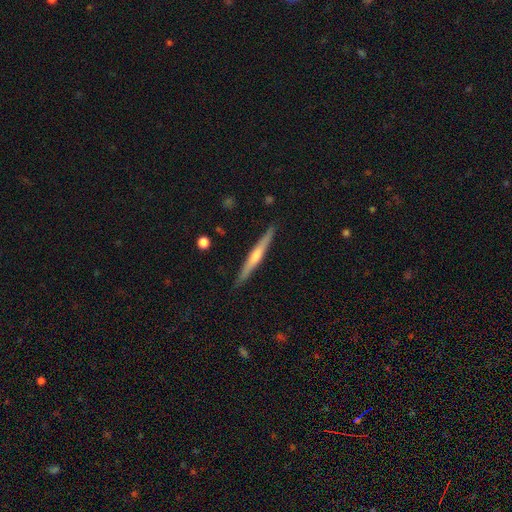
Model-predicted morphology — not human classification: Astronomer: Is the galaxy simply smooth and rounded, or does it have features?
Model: featured or disk — 74%.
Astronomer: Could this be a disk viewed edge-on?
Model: yes — 98%.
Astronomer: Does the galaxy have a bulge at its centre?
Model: rounded — 79%.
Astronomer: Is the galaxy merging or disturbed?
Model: none — 91%.